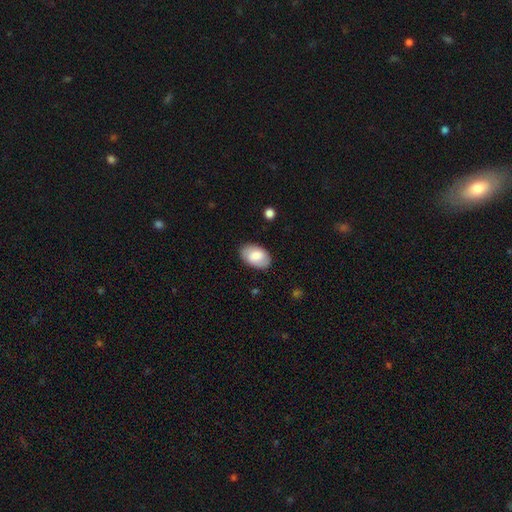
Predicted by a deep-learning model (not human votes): Q: Smooth or featured?
A: smooth (79%); runner-up: featured or disk (15%)
Q: How rounded?
A: in between (91%); runner-up: round (7%)
Q: Merging?
A: none (84%); runner-up: minor disturbance (12%)